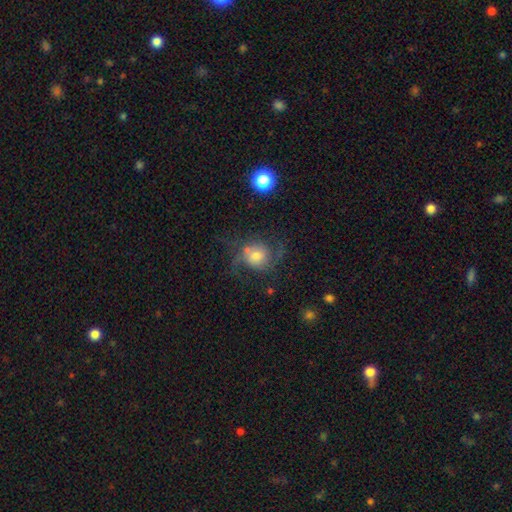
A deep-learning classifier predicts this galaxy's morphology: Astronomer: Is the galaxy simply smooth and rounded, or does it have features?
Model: featured or disk — 61%.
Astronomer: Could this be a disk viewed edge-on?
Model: no — 97%.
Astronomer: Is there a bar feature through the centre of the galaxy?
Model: no — 69%.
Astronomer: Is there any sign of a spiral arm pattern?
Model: yes — 88%.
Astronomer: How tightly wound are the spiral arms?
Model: loose — 46% (runner-up: medium, 42%).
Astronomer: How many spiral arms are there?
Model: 2 — 82%.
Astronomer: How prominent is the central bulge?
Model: moderate — 52% (runner-up: small, 29%).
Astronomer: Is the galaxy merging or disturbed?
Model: none — 54%.